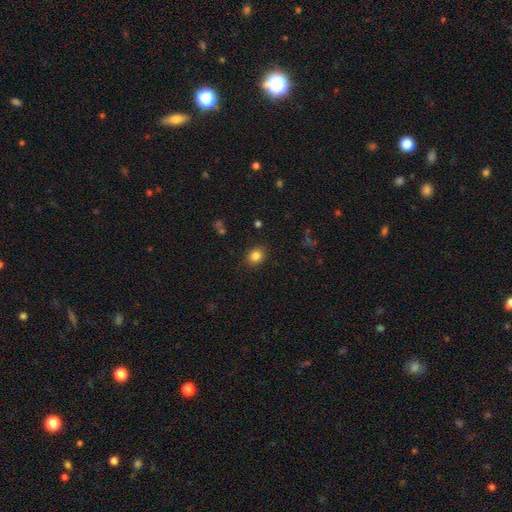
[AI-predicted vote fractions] smooth_or_featured: smooth (p=0.84) [alt: star or artifact p=0.11]
how_rounded: round (p=0.62) [alt: in between p=0.37]
merging: none (p=0.88) [alt: minor disturbance p=0.09]